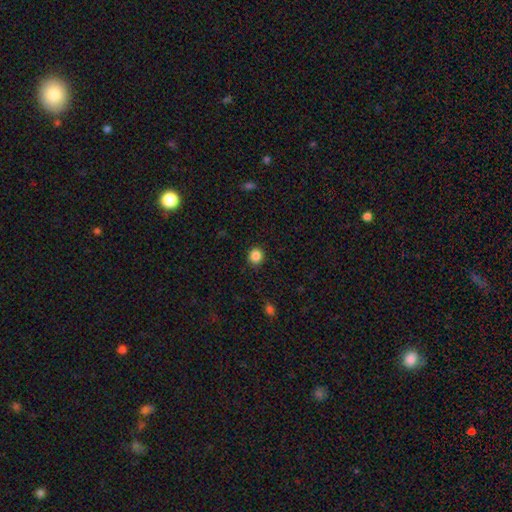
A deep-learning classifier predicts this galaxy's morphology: smooth 85%, star or artifact 11%, featured or disk 4%. Down the decision tree: how rounded — round (88%); merging — none (91%).